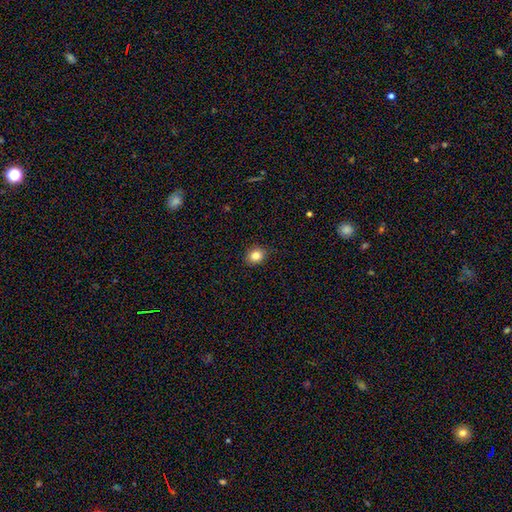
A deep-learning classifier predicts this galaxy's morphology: The model was most divided on "how rounded": round: 68%, in between: 32%, cigar-shaped: 1%. More confident: merging — none (89%); smooth or featured — smooth (83%).